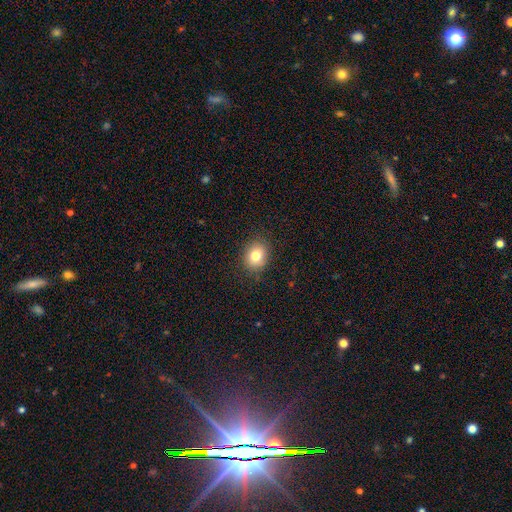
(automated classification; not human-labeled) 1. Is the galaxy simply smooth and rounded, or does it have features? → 79% smooth, 11% star or artifact, 9% featured or disk.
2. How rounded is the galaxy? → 62% round, 37% in between, 1% cigar-shaped.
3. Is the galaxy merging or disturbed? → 87% none, 9% minor disturbance, 3% major disturbance, 1% merger.